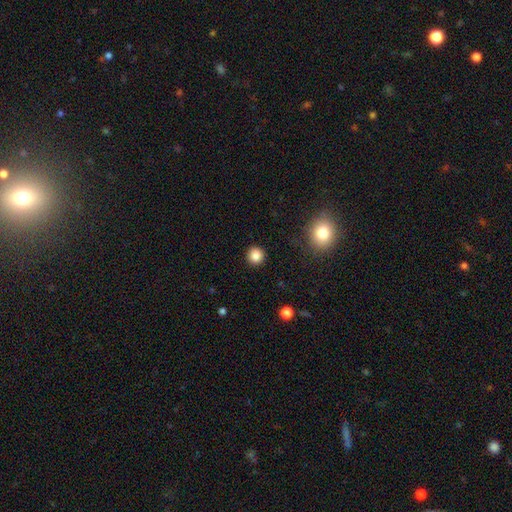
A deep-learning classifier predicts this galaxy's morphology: This appears to be a smooth galaxy with no disk features (86%) that is round (93%). Merging: none (91%).